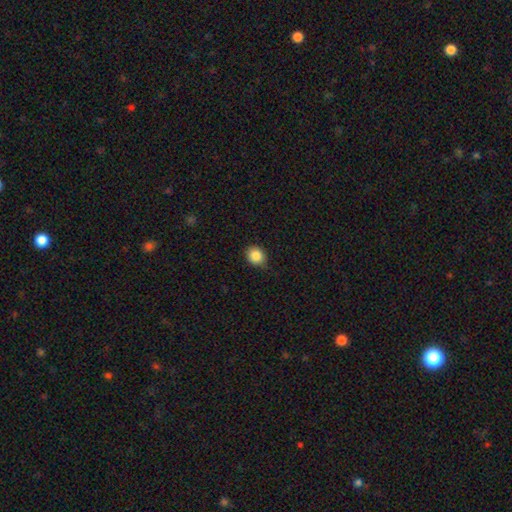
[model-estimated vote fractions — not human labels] The model was most divided on "how rounded": round: 69%, in between: 30%, cigar-shaped: 1%. More confident: smooth or featured — smooth (87%); merging — none (81%).